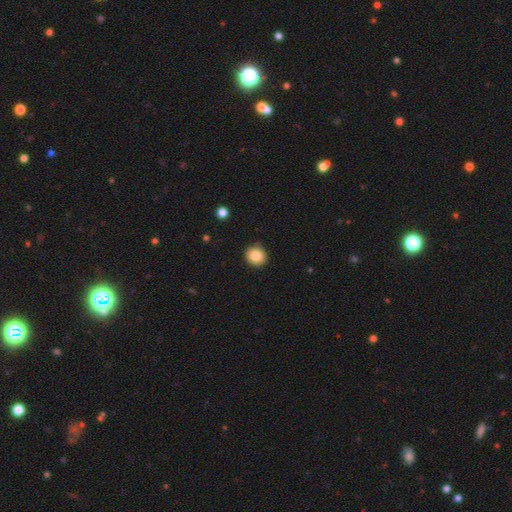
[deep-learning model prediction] Smooth or featured? smooth (86%)
How rounded? round (87%)
Merging? none (89%)